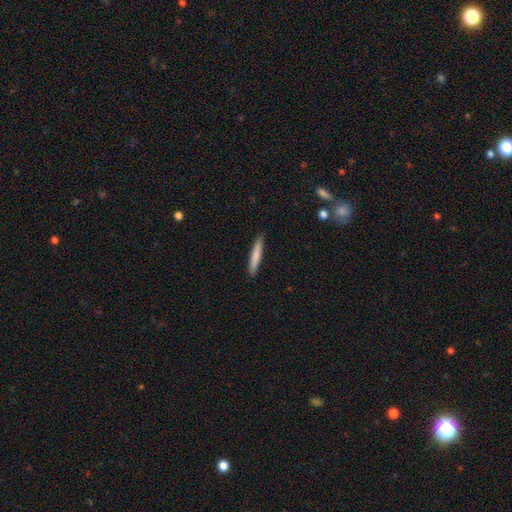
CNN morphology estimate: Smooth or featured?
  - smooth: 77% *
  - featured or disk: 17%
  - star or artifact: 5%
How rounded?
  - cigar-shaped: 94% *
  - in between: 4%
  - round: 1%
Merging?
  - none: 90% *
  - minor disturbance: 8%
  - major disturbance: 1%
  - merger: 1%